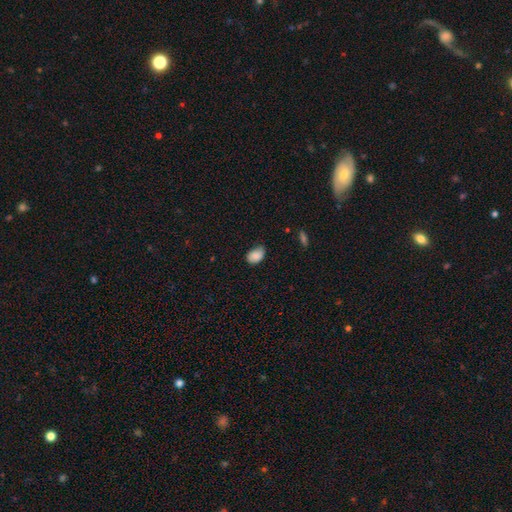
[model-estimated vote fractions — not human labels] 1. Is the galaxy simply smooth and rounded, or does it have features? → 86% smooth, 8% star or artifact, 7% featured or disk.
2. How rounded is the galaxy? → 86% in between, 13% round, 1% cigar-shaped.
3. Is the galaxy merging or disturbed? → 56% none, 36% minor disturbance, 6% major disturbance, 2% merger.